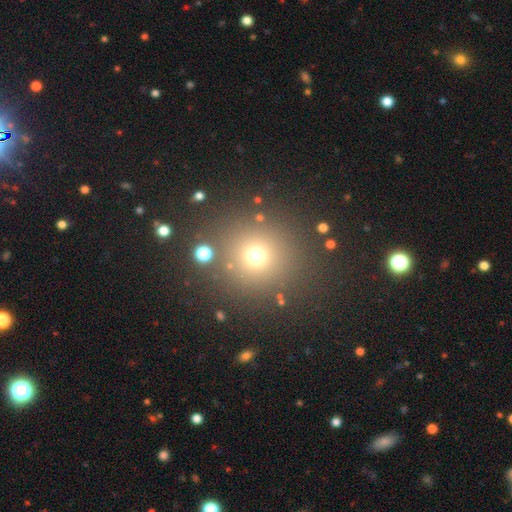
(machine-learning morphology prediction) Smooth or featured?
  - smooth: 69% *
  - star or artifact: 23%
  - featured or disk: 9%
How rounded?
  - round: 92% *
  - in between: 7%
  - cigar-shaped: 1%
Merging?
  - none: 83% *
  - minor disturbance: 8%
  - merger: 5%
  - major disturbance: 5%